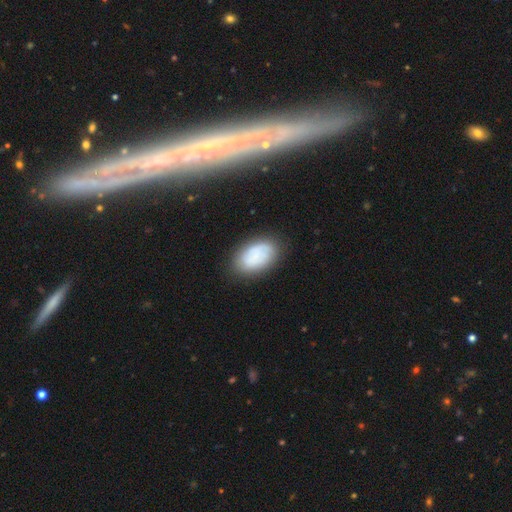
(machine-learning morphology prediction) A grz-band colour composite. It shows a smooth galaxy with no disk features (64%) that is in between round and cigar-shaped (91%). Merging: none (79%).